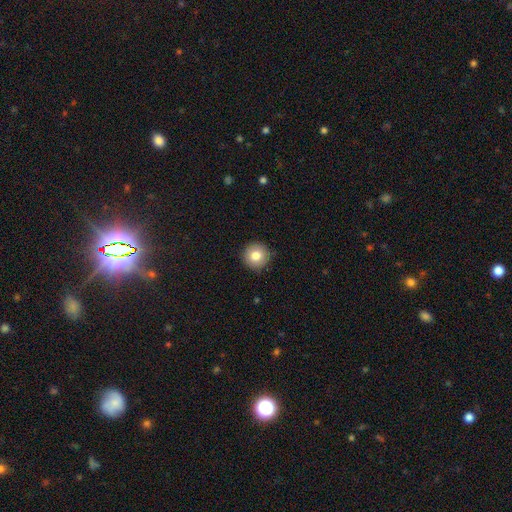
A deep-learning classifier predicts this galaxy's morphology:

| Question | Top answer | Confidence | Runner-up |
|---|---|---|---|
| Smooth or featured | smooth | 81% | featured or disk (10%) |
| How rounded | round | 95% | in between (4%) |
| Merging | none | 90% | minor disturbance (7%) |